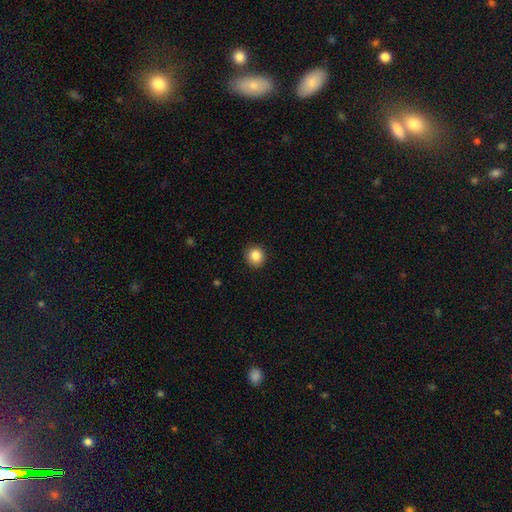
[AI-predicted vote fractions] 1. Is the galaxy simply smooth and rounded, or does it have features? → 87% smooth, 9% star or artifact, 4% featured or disk.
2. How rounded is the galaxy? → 91% round, 8% in between, 1% cigar-shaped.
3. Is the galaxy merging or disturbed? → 91% none, 7% minor disturbance, 2% major disturbance, 1% merger.